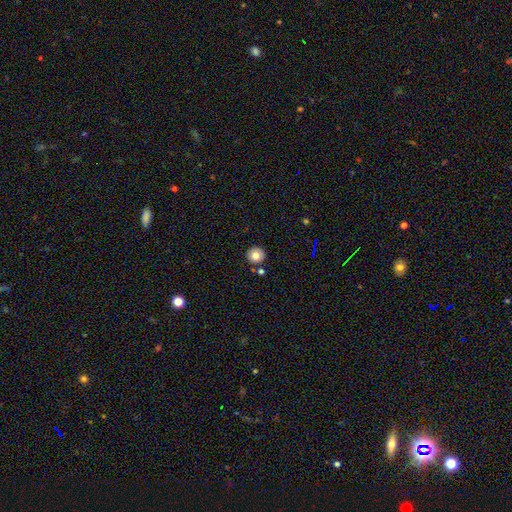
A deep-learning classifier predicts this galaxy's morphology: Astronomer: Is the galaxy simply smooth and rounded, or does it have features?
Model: smooth — 80%.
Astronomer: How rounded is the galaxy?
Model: round — 94%.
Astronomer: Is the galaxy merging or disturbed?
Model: none — 87%.